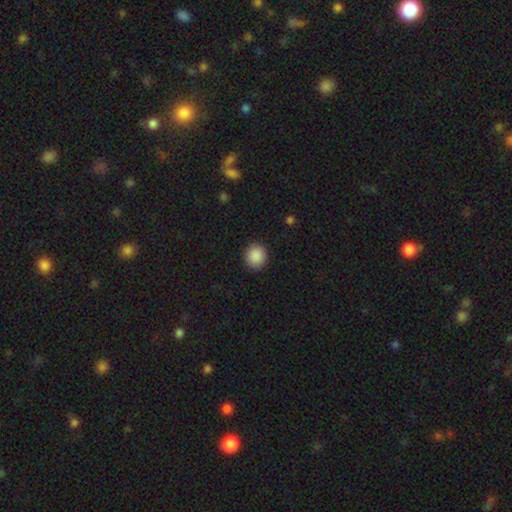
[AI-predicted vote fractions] Smooth or featured? smooth (89%)
How rounded? round (86%)
Merging? none (91%)